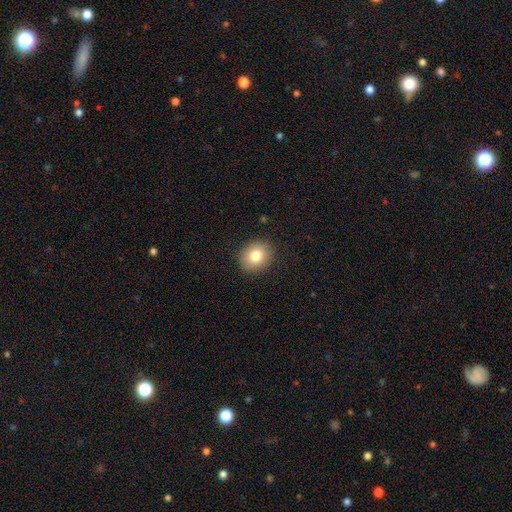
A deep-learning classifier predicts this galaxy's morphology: This is clearly a smooth galaxy (80%). How rounded: likely round (65%). Merging: clearly none (89%).